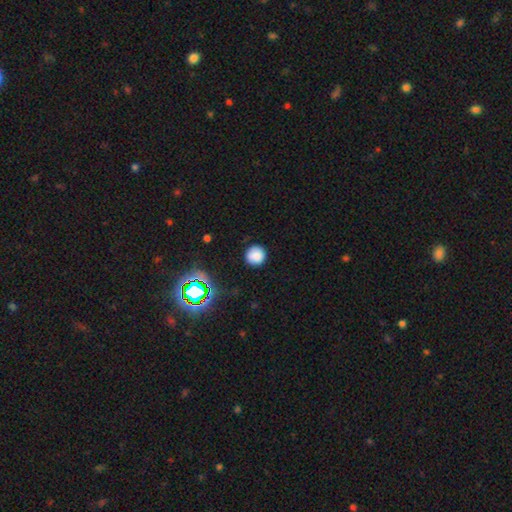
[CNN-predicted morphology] Smooth or featured? smooth (81%)
How rounded? round (94%)
Merging? none (88%)